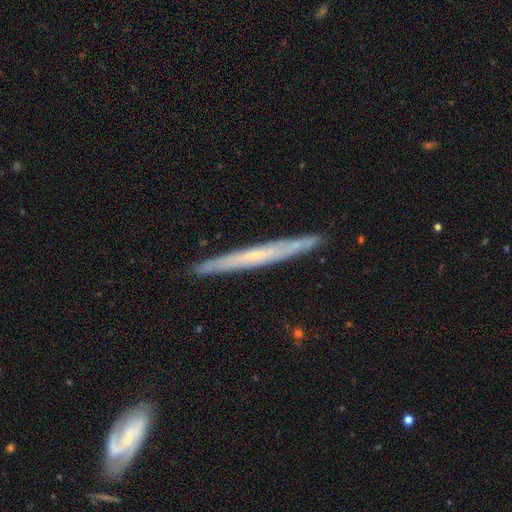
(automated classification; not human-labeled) This appears to be a featured or disk galaxy (66%) viewed edge-on (93%) with no central bulge (62%). Merging: none (89%).